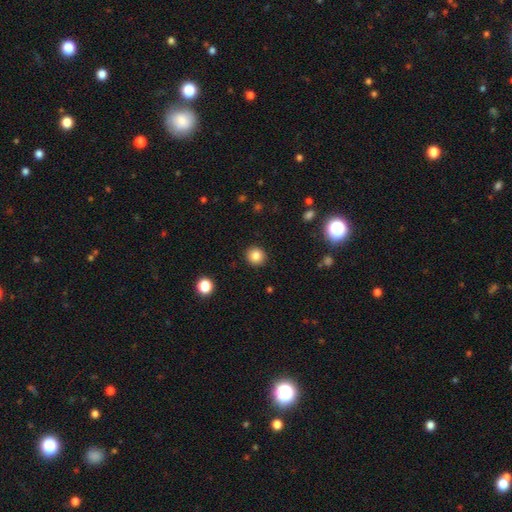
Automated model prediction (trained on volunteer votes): smooth-or-featured: smooth: 84% | star or artifact: 11% | featured or disk: 5%
  how-rounded: round: 91% | in between: 8% | cigar-shaped: 1%
  merging: none: 92% | minor disturbance: 5% | major disturbance: 2% | merger: 1%